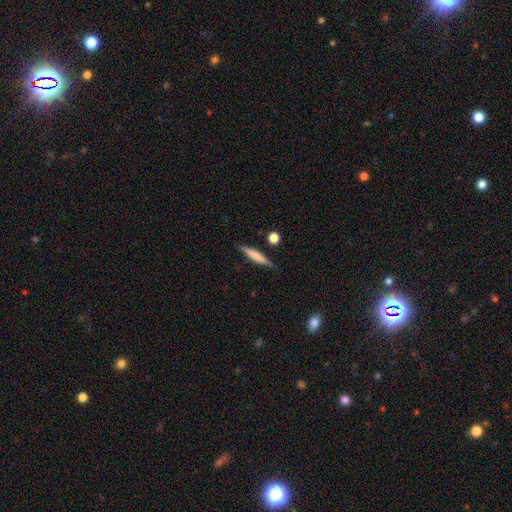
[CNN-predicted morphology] Smooth or featured? smooth (61%)
How rounded? cigar-shaped (91%)
Merging? none (86%)